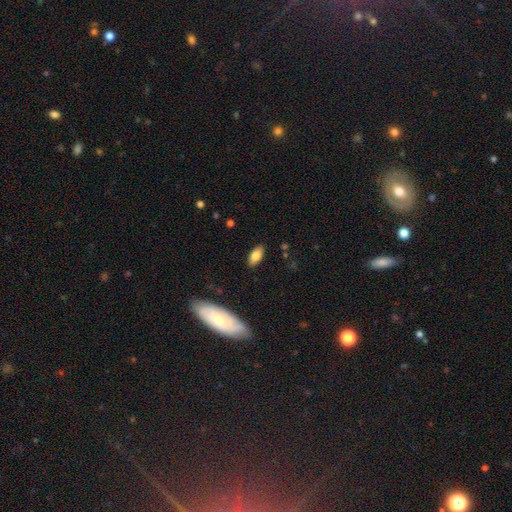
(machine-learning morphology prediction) A smooth galaxy with no disk features (78%) that is in between round and cigar-shaped (87%).

Vote fractions:
- Smooth or featured? smooth: 78% / featured or disk: 15% / star or artifact: 7%
- How rounded? in between: 87% / cigar-shaped: 11% / round: 3%
- Merging? none: 86% / minor disturbance: 11% / major disturbance: 2% / merger: 1%